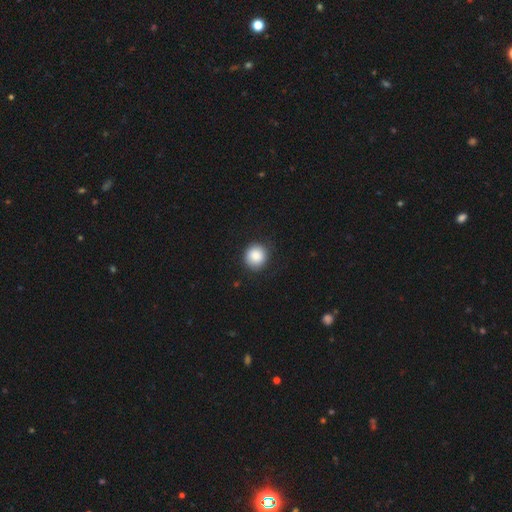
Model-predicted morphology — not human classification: This appears to be a smooth galaxy with no disk features (88%) that is round (90%). Merging: none (86%).